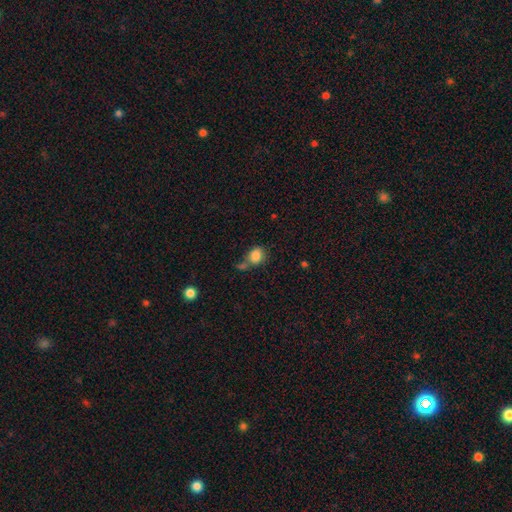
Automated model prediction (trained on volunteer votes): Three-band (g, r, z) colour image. It shows a smooth galaxy with no disk features (84%) that is round (59%). Merging: none (49%).